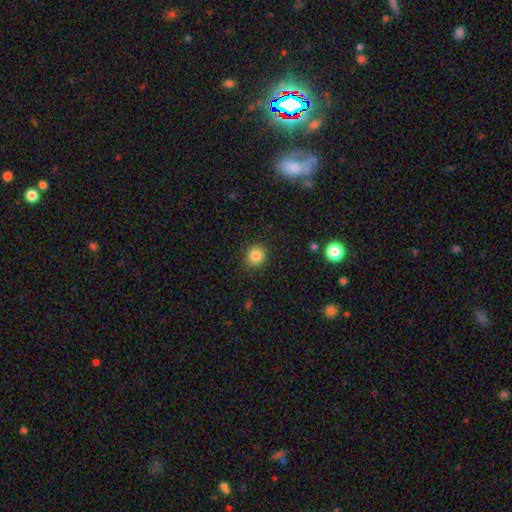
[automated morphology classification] This appears to be a smooth galaxy with no disk features (84%) that is round (87%). Merging: none (89%).